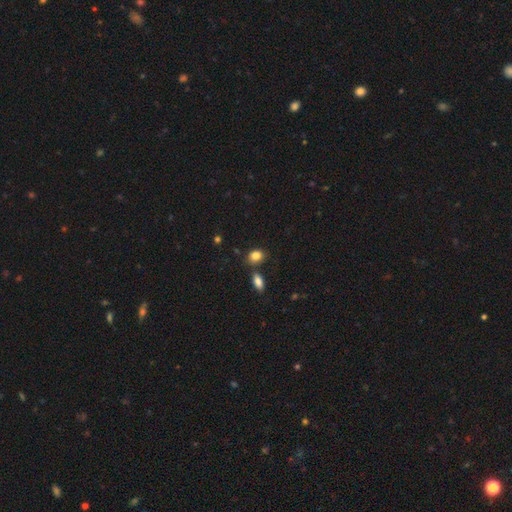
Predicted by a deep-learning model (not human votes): Smooth or featured? Predicted: smooth (p=0.85). How rounded? Predicted: in between (p=0.62). Merging? Predicted: none (p=0.71).